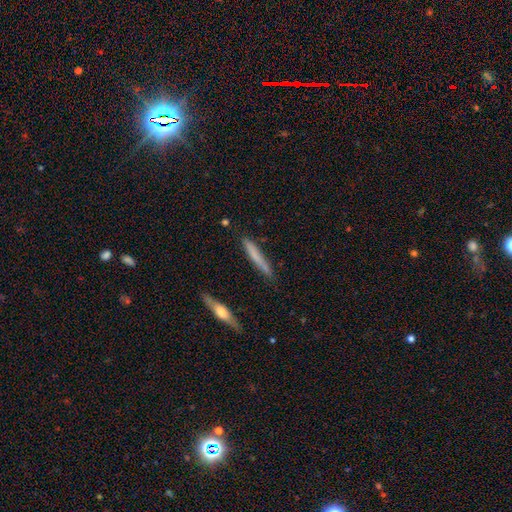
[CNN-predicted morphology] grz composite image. It shows a smooth galaxy with no disk features (66%) that is cigar-shaped (94%). Merging: none (83%).